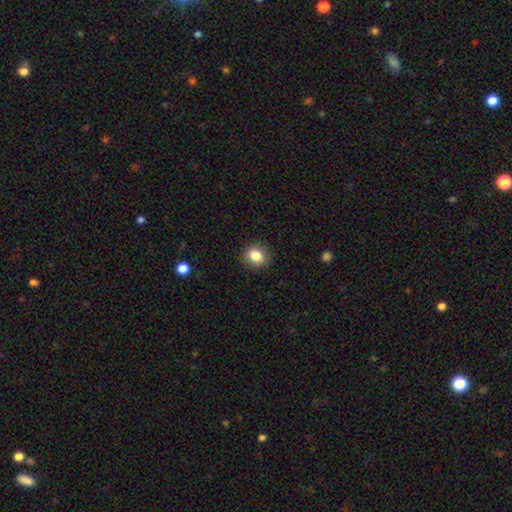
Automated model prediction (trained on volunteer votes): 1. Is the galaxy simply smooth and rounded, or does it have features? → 84% smooth, 10% star or artifact, 6% featured or disk.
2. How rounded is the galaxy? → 67% round, 32% in between, 1% cigar-shaped.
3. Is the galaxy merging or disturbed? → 88% none, 9% minor disturbance, 2% major disturbance, 1% merger.